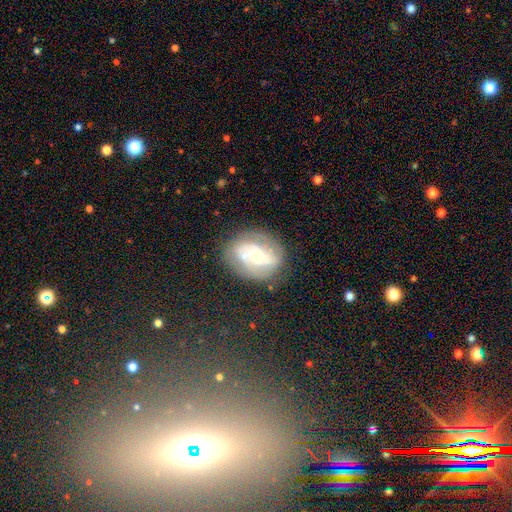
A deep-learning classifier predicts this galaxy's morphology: Overall: featured or disk (76%). Edge-on disk: no (97%). Bar: no (62%; weak 29%). Spiral arms: yes (88%). Spiral arm count: 2 (53%; can't tell 22%). Spiral winding: tight (46%; medium 40%). Bulge size: small (50%; moderate 42%). Merging: none (72%).